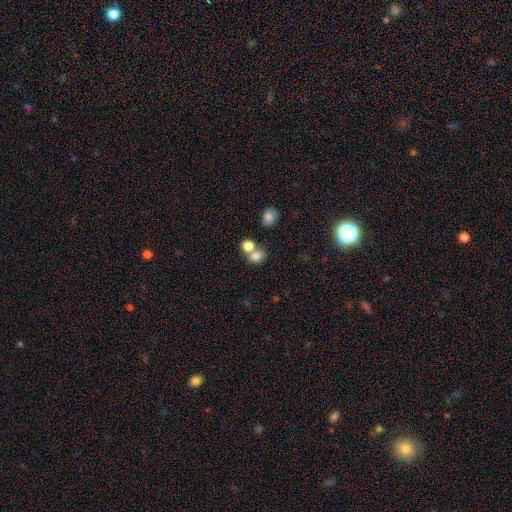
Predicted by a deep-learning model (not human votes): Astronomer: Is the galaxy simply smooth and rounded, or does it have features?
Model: smooth — 78%.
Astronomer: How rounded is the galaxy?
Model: round — 67%.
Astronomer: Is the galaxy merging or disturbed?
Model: merger — 46% (runner-up: none, 42%).